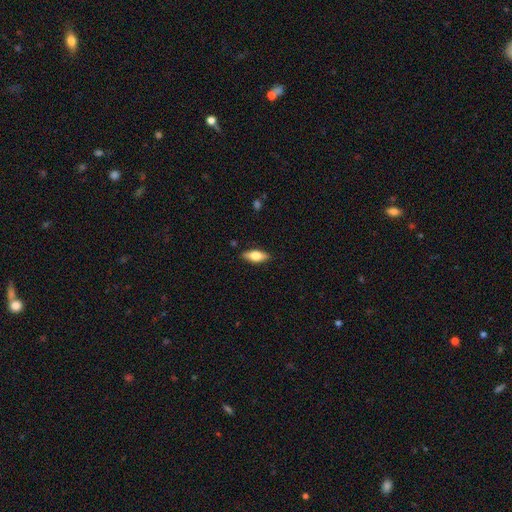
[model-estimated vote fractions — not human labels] This is likely a smooth galaxy (67%). How rounded: likely in between (77%). Merging: clearly none (87%).